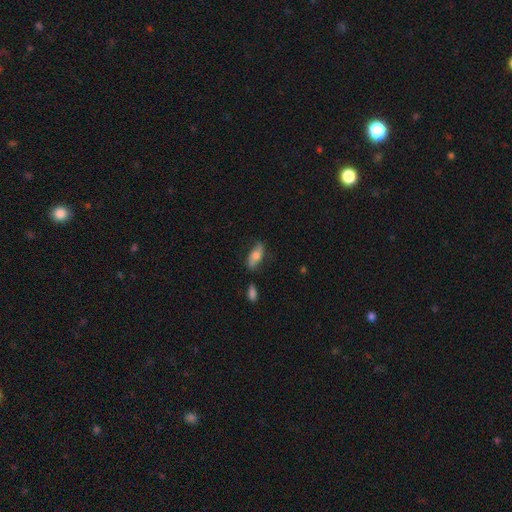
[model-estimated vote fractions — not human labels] Morphology: type=smooth (60%); roundness=in between (74%); merging=none (69%).